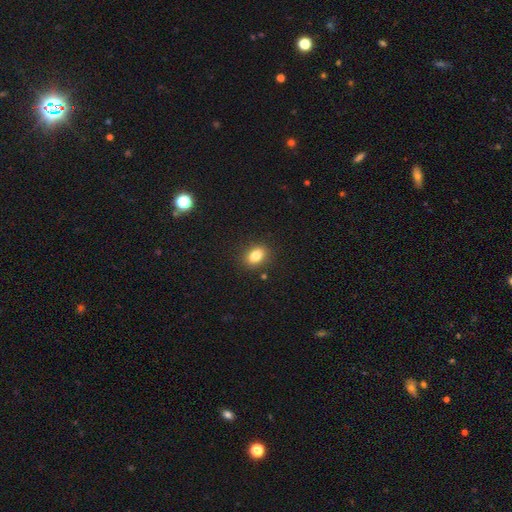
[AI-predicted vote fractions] The model was most divided on "how rounded": in between: 74%, round: 25%, cigar-shaped: 2%. More confident: merging — none (87%); smooth or featured — smooth (82%).